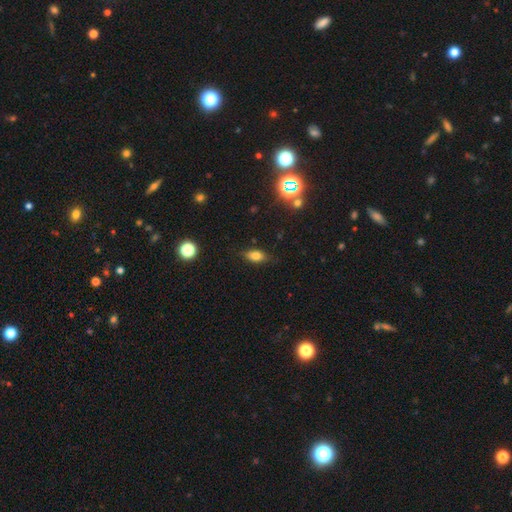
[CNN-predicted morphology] This appears to be a smooth galaxy with no disk features (71%) that is in between round and cigar-shaped (81%). Merging: none (81%).